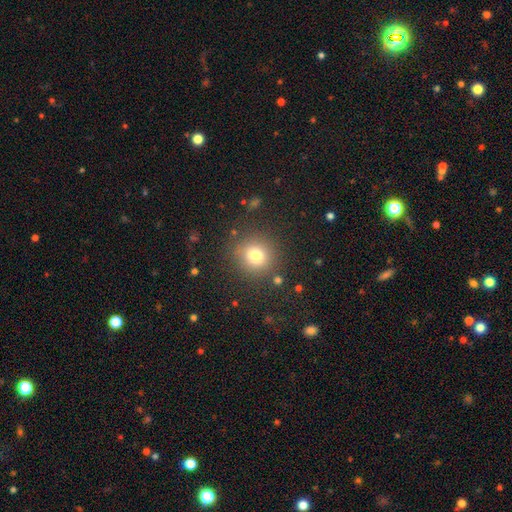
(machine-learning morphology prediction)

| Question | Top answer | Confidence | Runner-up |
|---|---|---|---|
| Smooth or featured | smooth | 77% | star or artifact (14%) |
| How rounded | round | 91% | in between (8%) |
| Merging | none | 85% | minor disturbance (8%) |